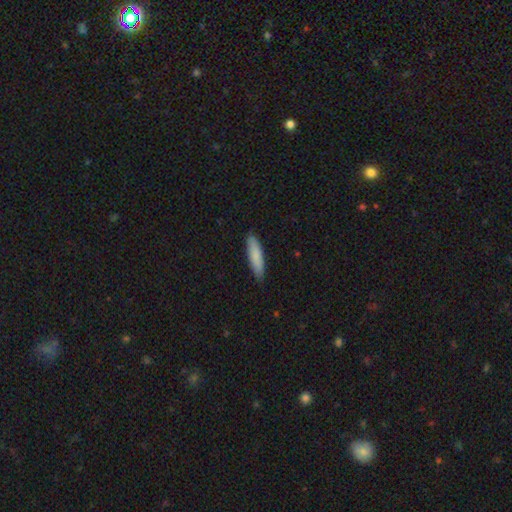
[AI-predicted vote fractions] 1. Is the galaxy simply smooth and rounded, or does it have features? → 84% smooth, 11% featured or disk, 5% star or artifact.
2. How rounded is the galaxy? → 72% cigar-shaped, 27% in between, 1% round.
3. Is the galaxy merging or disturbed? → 87% none, 11% minor disturbance, 2% major disturbance, 1% merger.